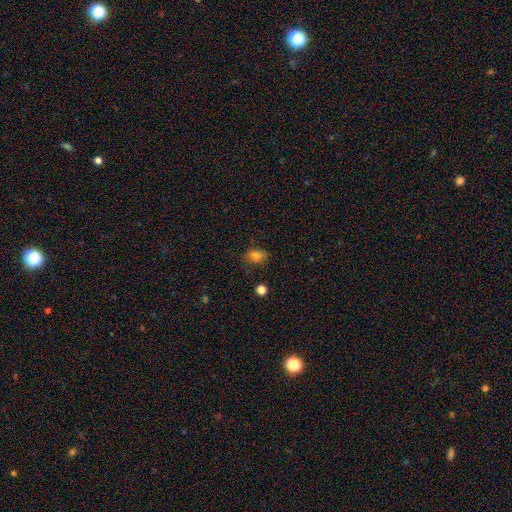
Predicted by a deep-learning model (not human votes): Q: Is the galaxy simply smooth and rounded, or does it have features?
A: smooth — 79%.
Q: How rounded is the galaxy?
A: in between — 74%.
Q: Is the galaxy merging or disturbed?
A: none — 76%.